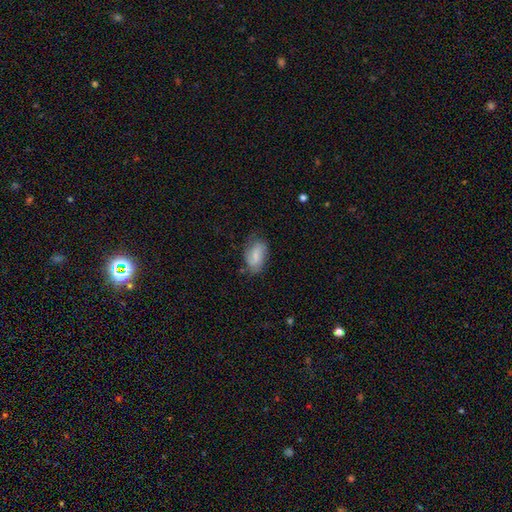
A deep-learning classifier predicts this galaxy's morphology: type=smooth (49%); merging=none (61%).